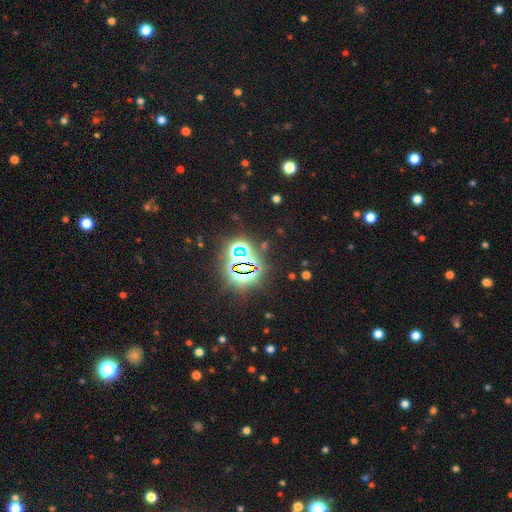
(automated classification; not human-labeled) Morphology: type=star or artifact (82%).